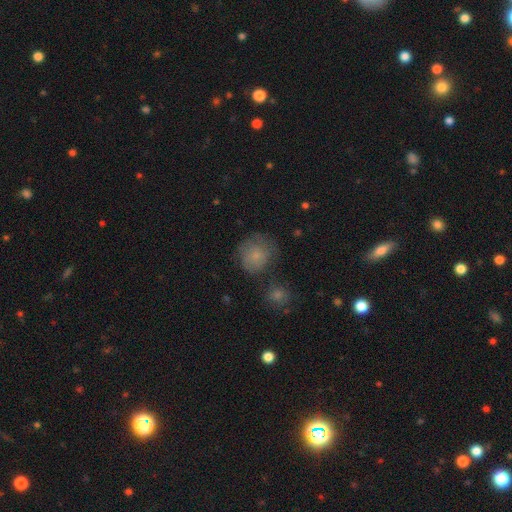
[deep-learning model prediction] Morphology: type=smooth (72%); roundness=round (81%); merging=none (62%).